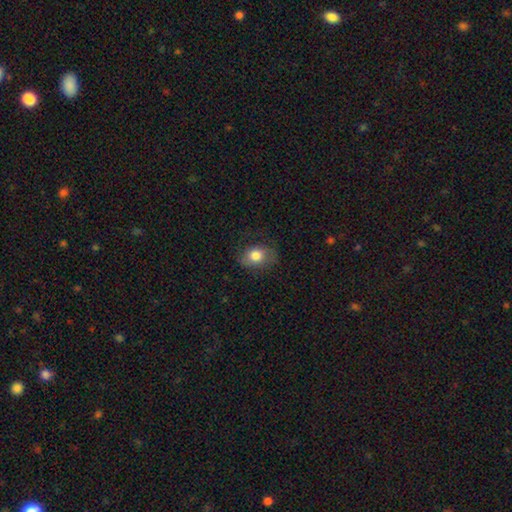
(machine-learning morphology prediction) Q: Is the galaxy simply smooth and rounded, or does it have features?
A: smooth — 80%.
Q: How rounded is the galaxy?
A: in between — 66%.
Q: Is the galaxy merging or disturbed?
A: none — 71%.